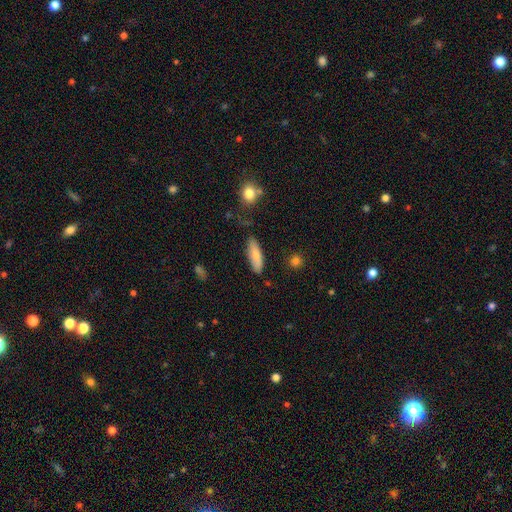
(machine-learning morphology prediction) Overall: smooth (80%). How rounded: in between (49%, tied with cigar-shaped). Merging: none (78%).